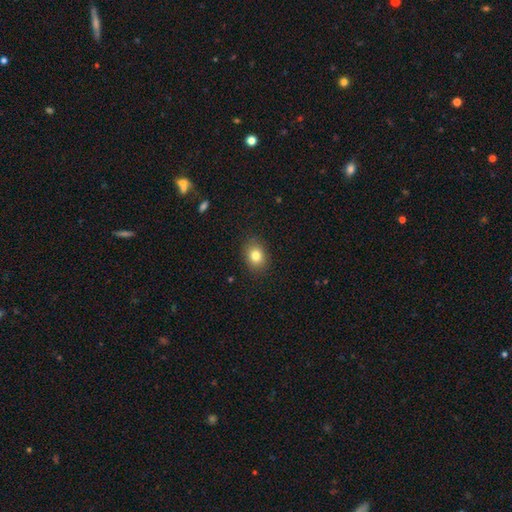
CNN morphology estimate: smooth-or-featured: smooth: 82% | star or artifact: 10% | featured or disk: 8%
  how-rounded: in between: 58% | round: 41% | cigar-shaped: 1%
  merging: none: 87% | minor disturbance: 9% | major disturbance: 3% | merger: 1%